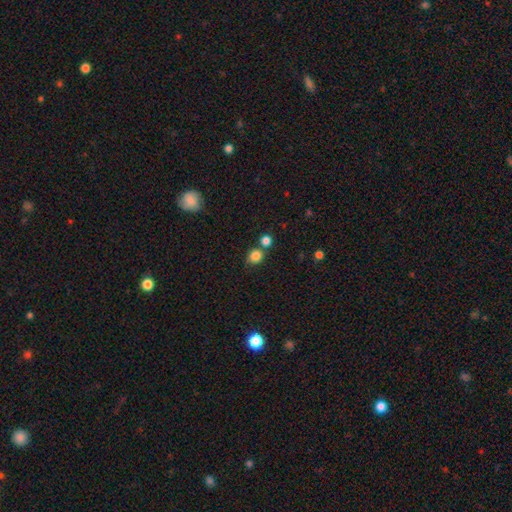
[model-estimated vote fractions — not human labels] Smooth or featured? Predicted: smooth (p=0.84). How rounded? Predicted: round (p=0.75). Merging? Predicted: none (p=0.61).